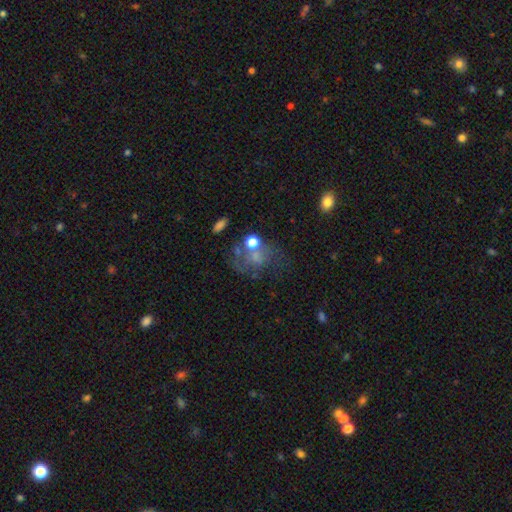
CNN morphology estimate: Smooth or featured? Predicted: featured or disk (p=0.43). Merging? Predicted: none (p=0.37).